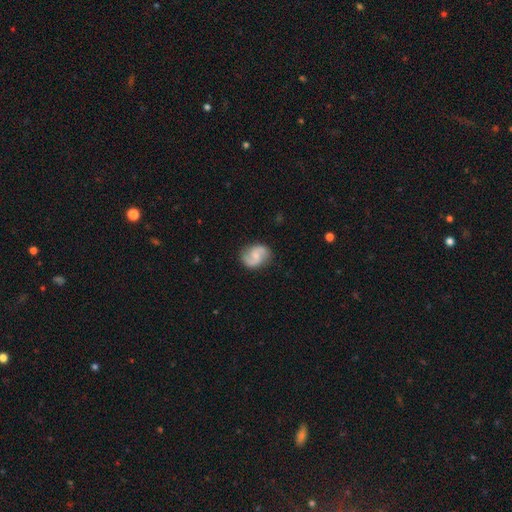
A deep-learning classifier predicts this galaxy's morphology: This is likely a featured or disk galaxy (77%). It is clearly not viewed edge-on (98%). Bar: possibly no (48%). Spiral arm pattern: clearly yes (95%). Spiral arm count: clearly 2 (92%). Spiral winding: marginally medium (44%). Central bulge: possibly small (55%). Merging: clearly none (83%).